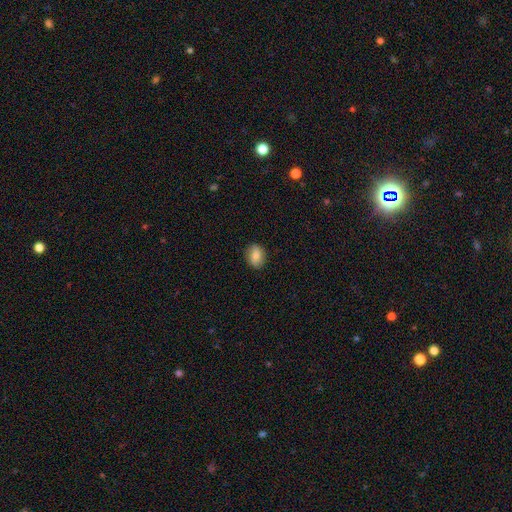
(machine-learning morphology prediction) Overall: smooth (82%). How rounded: in between (64%; round 35%). Merging: none (85%).